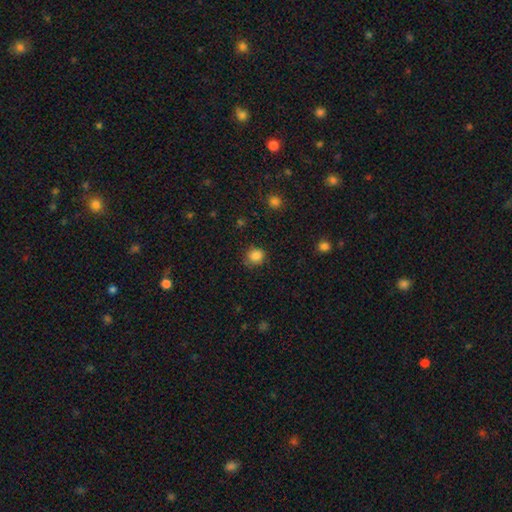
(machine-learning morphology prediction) The model was most divided on "merging": none: 80%, minor disturbance: 15%, major disturbance: 4%, merger: 2%. More confident: smooth or featured — smooth (85%); how rounded — round (84%).